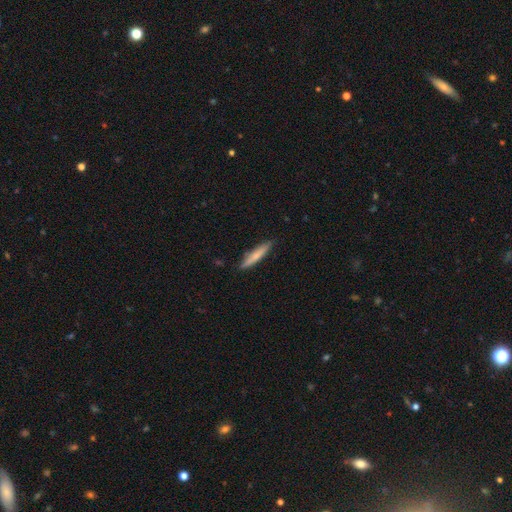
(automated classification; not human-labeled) A smooth galaxy with no disk features (71%) that is cigar-shaped (90%). Merging: none (86%).